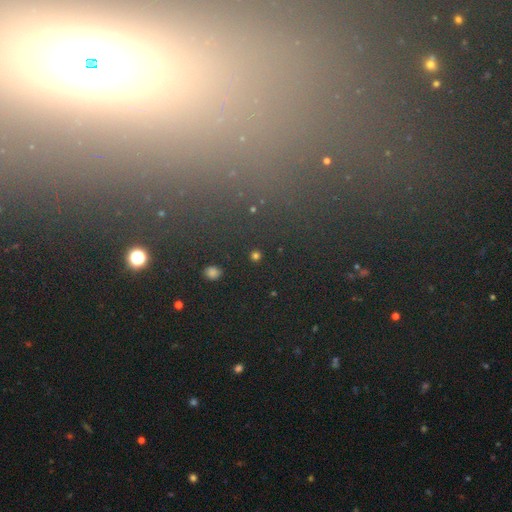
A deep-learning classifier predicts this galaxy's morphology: This appears to be a smooth galaxy with no disk features (62%) that is round (78%). Merging: none (89%).